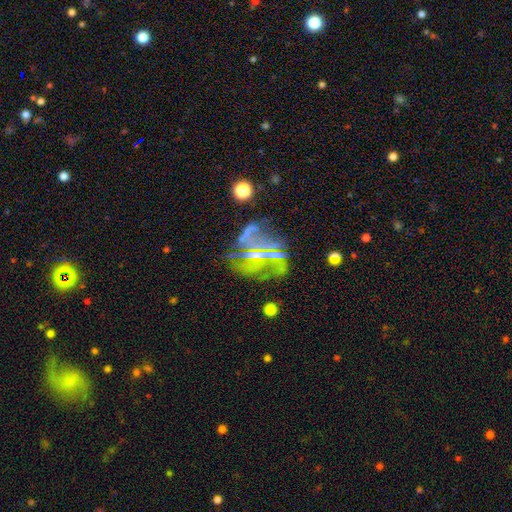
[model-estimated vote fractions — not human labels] smooth_or_featured: featured or disk (p=0.55) [alt: star or artifact p=0.30]
disk_edge_on: no (p=0.94) [alt: yes p=0.06]
bar: no (p=0.44) [alt: weak p=0.32]
has_spiral_arms: yes (p=0.72) [alt: no p=0.28]
bulge_size: small (p=0.42) [alt: moderate p=0.37]
merging: none (p=0.48) [alt: major disturbance p=0.25]